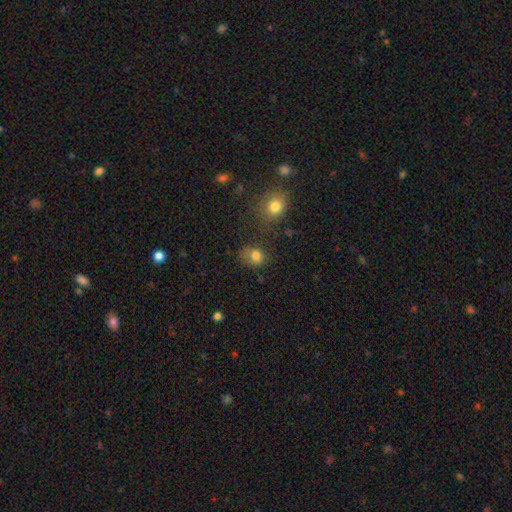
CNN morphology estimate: Q: Smooth or featured?
A: smooth (79%); runner-up: star or artifact (13%)
Q: How rounded?
A: round (59%); runner-up: in between (40%)
Q: Merging?
A: none (60%); runner-up: minor disturbance (23%)